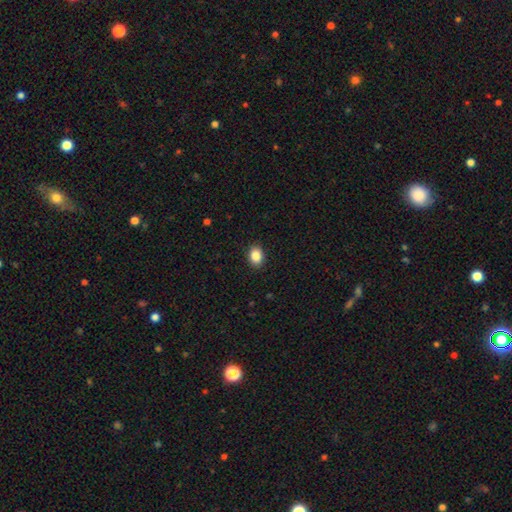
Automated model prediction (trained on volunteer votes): smooth-or-featured: smooth: 87% | star or artifact: 9% | featured or disk: 4%
  how-rounded: in between: 64% | round: 35% | cigar-shaped: 1%
  merging: none: 91% | minor disturbance: 7% | major disturbance: 2% | merger: 1%